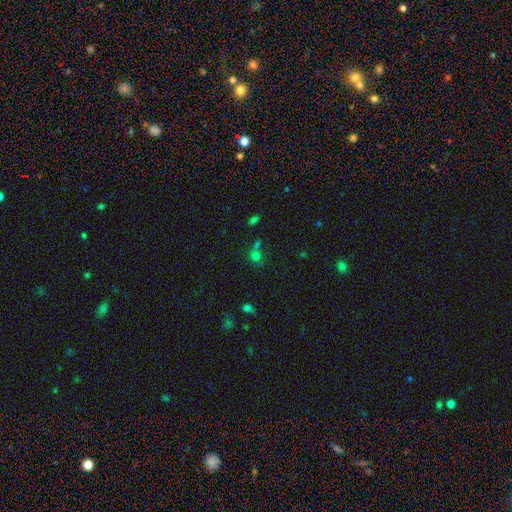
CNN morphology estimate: This is likely a smooth galaxy (65%). How rounded: likely round (78%). Merging: possibly none (49%).